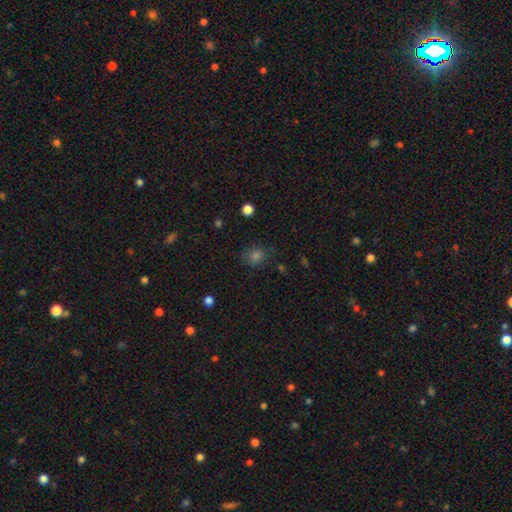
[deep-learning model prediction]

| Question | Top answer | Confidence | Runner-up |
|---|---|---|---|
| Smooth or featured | smooth | 70% | star or artifact (23%) |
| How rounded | round | 67% | in between (32%) |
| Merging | none | 75% | minor disturbance (17%) |